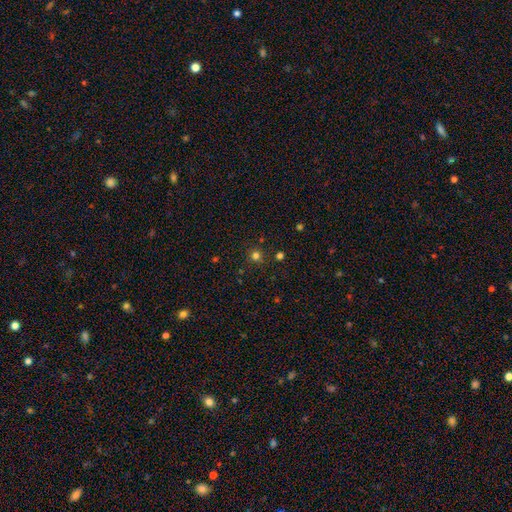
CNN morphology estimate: Smooth or featured? Predicted: smooth (p=0.74). How rounded? Predicted: round (p=0.94). Merging? Predicted: none (p=0.89).